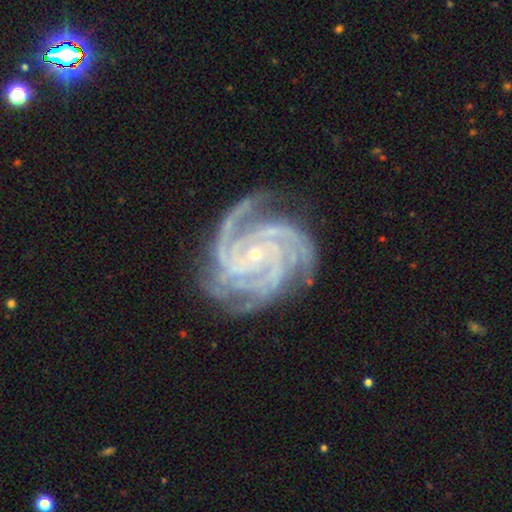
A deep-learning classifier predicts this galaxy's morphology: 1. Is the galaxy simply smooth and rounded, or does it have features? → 93% featured or disk, 5% star or artifact, 2% smooth.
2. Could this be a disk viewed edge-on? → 98% no, 2% yes.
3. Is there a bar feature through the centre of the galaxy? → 66% no, 22% weak, 12% strong.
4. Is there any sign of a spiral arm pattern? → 99% yes, 1% no.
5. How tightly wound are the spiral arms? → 72% tight, 25% medium, 2% loose.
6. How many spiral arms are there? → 40% 4, 27% 3, 11% more than 4, 8% can't tell, 8% 2, 7% 1.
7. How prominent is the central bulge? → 84% small, 12% moderate, 1% none, 1% large, 1% dominant.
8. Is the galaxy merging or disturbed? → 75% none, 17% minor disturbance, 6% major disturbance, 1% merger.